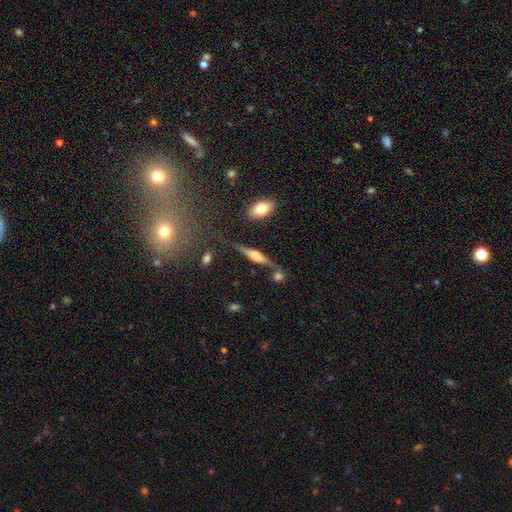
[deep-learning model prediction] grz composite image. It shows a featured or disk galaxy (65%) viewed edge-on (94%) with a rounded central bulge (70%). Merging: none (70%).